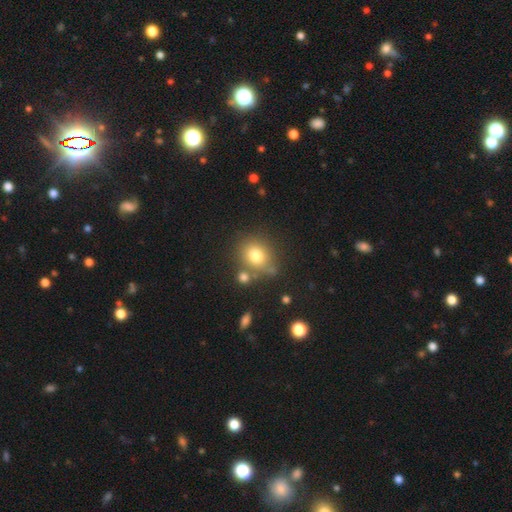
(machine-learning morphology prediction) type=smooth (77%); roundness=round (68%); merging=none (64%).